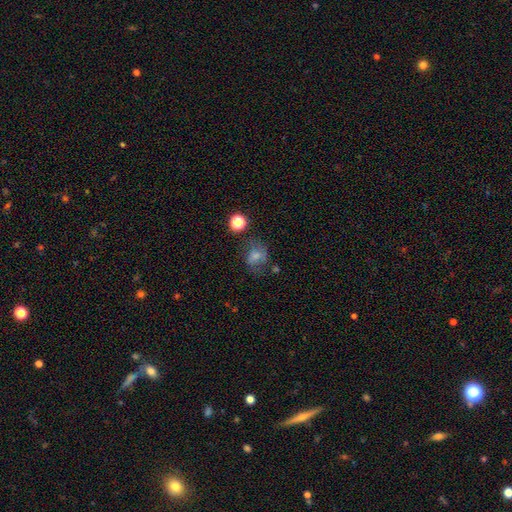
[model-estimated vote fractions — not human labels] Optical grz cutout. It shows a smooth galaxy with no disk features (62%) that is in between round and cigar-shaped (50%). Merging: none (47%).